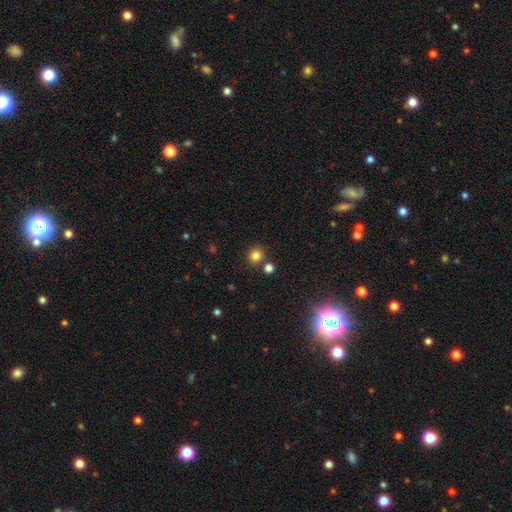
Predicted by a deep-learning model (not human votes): Smooth or featured: smooth — 81% (star or artifact — 14%)
How rounded: round — 90% (in between — 9%)
Merging: none — 82% (merger — 9%)